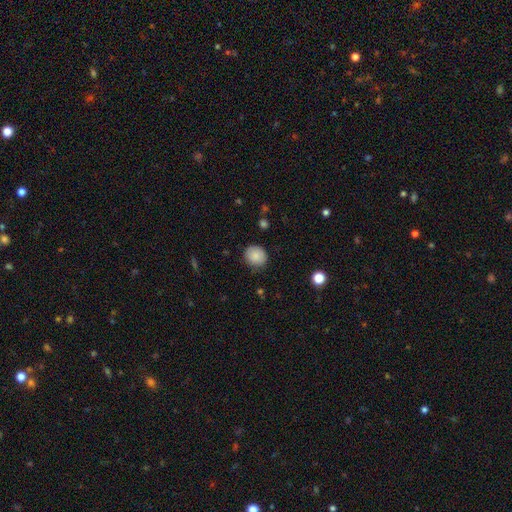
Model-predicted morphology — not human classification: The model was most divided on "how rounded": round: 78%, in between: 21%, cigar-shaped: 1%. More confident: smooth or featured — smooth (86%); merging — none (81%).